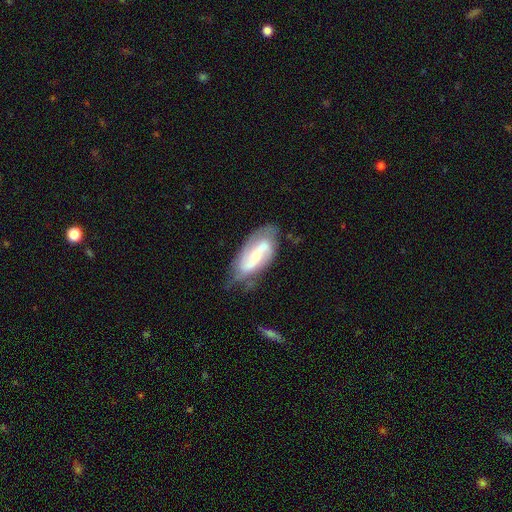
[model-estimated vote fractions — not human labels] Smooth or featured?
  - featured or disk: 72% *
  - smooth: 22%
  - star or artifact: 6%
Edge-on disk?
  - no: 93% *
  - yes: 7%
Bar?
  - weak: 39% * (tied)
  - no: 39% * (tied)
  - strong: 22%
Spiral arms?
  - yes: 87% *
  - no: 13%
Spiral winding?
  - medium: 43% *
  - loose: 30%
  - tight: 26%
Spiral arm count?
  - 2: 71% *
  - can't tell: 16%
  - 3: 5%
  - 1: 5%
  - 4: 2%
  - more than 4: 1%
Bulge size?
  - small: 53% *
  - moderate: 35%
  - none: 7%
  - large: 4%
  - dominant: 1%
Merging?
  - none: 54% *
  - minor disturbance: 27%
  - major disturbance: 11%
  - merger: 8%